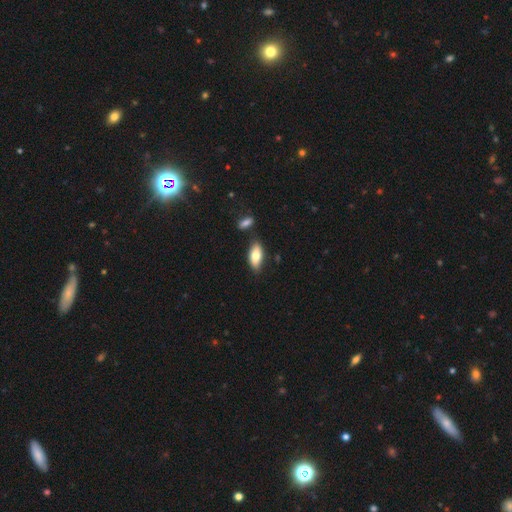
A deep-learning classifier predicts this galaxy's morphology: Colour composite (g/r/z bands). It shows a smooth galaxy with no disk features (77%) that is in between round and cigar-shaped (87%). Merging: none (76%).